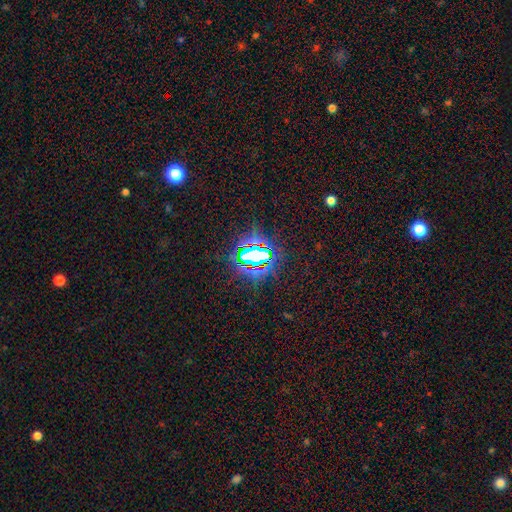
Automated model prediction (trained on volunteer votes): Morphology: type=star or artifact (74%).